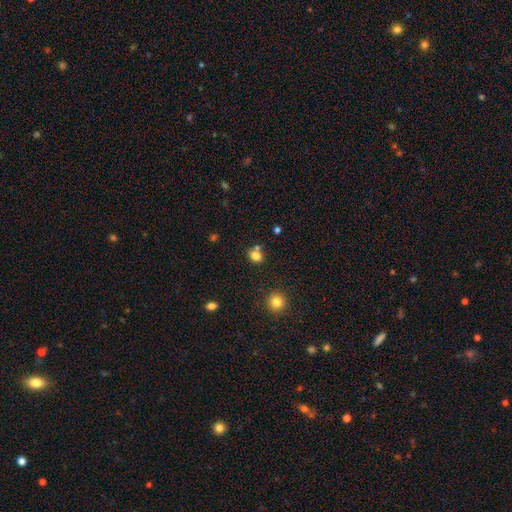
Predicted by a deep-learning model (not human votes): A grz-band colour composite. It shows a smooth galaxy with no disk features (80%) that is in between round and cigar-shaped (57%). Merging: none (59%).